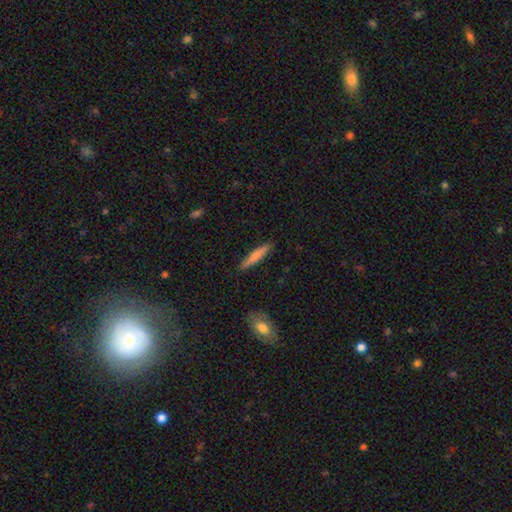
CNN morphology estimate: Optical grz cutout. It shows a smooth galaxy with no disk features (73%) that is cigar-shaped (91%). Merging: none (87%).